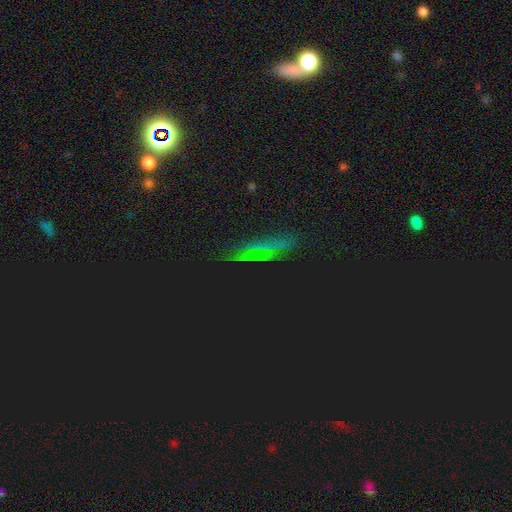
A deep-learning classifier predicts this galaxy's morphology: Overall: star or artifact (56%; smooth 23%).